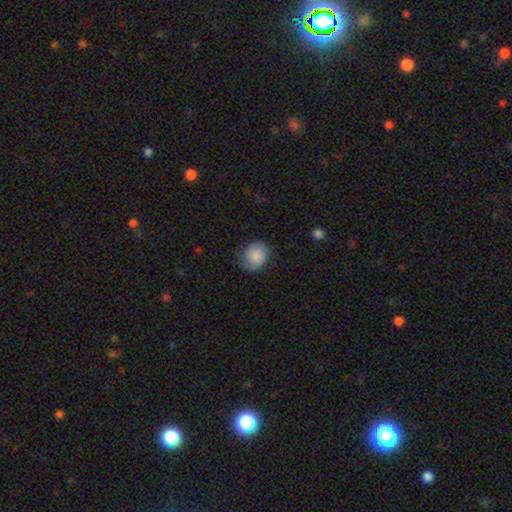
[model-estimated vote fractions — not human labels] A smooth galaxy with no disk features (60%) that is round (70%).

Vote fractions:
- Smooth or featured? smooth: 60% / featured or disk: 31% / star or artifact: 8%
- How rounded? round: 70% / in between: 29% / cigar-shaped: 1%
- Merging? none: 71% / minor disturbance: 21% / major disturbance: 7% / merger: 1%